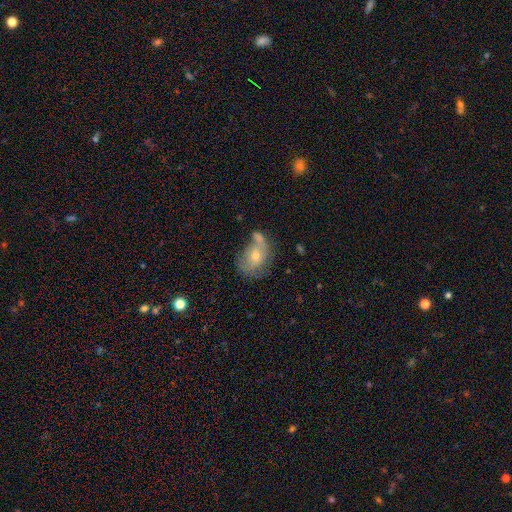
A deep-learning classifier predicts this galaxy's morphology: A smooth galaxy with no disk features (49%). Merging: none (34%).